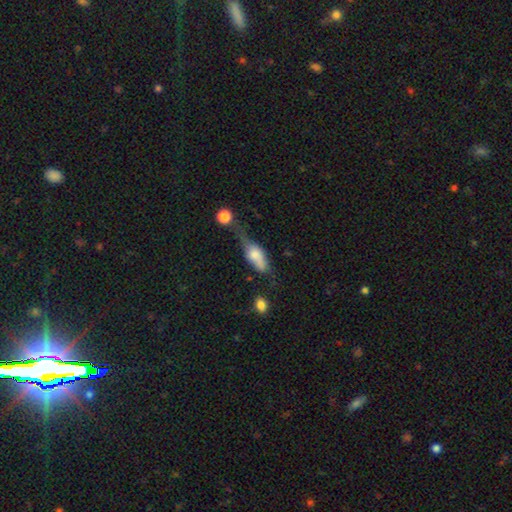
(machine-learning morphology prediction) smooth_or_featured: smooth (p=0.64) [alt: featured or disk p=0.28]
how_rounded: in between (p=0.73) [alt: cigar-shaped p=0.20]
merging: major disturbance (p=0.30) [alt: minor disturbance p=0.29]